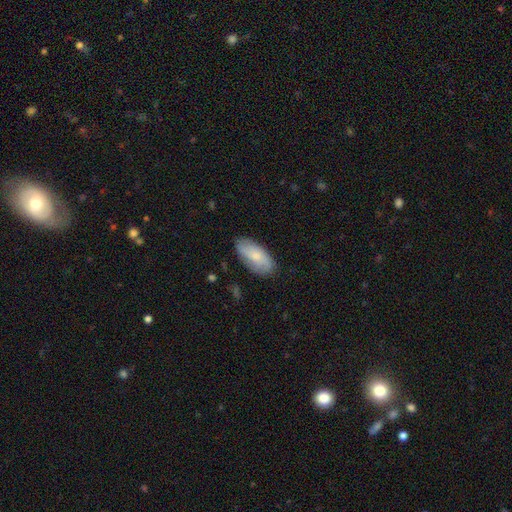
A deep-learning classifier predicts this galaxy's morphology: This appears to be a smooth galaxy with no disk features (67%) that is in between round and cigar-shaped (90%). Merging: none (79%).